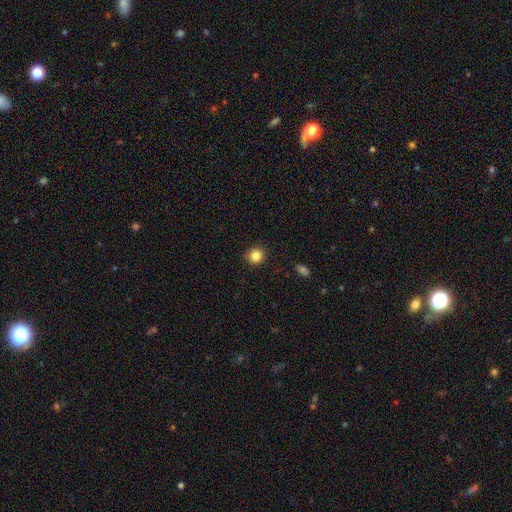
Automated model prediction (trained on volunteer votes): This is clearly a smooth galaxy (85%). How rounded: clearly round (91%). Merging: clearly none (89%).